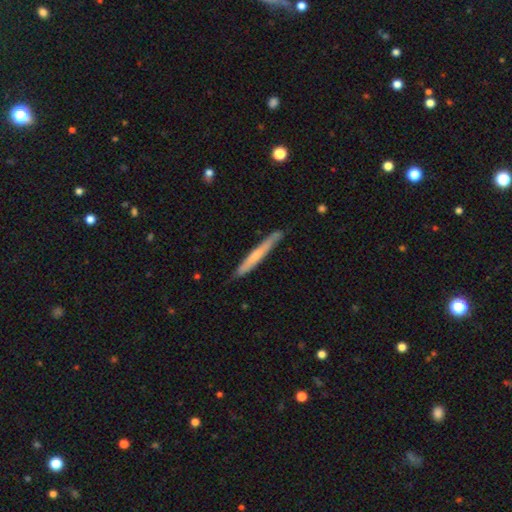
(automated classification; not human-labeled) The model was most divided on "smooth or featured": smooth: 54%, featured or disk: 41%, star or artifact: 5%. More confident: how rounded — cigar-shaped (96%); merging — none (85%).